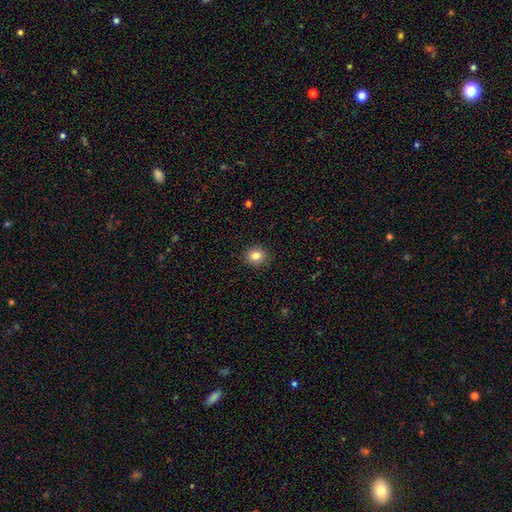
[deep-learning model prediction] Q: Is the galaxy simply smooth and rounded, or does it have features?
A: smooth — 83%.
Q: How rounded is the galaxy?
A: round — 67%.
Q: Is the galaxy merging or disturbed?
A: none — 91%.